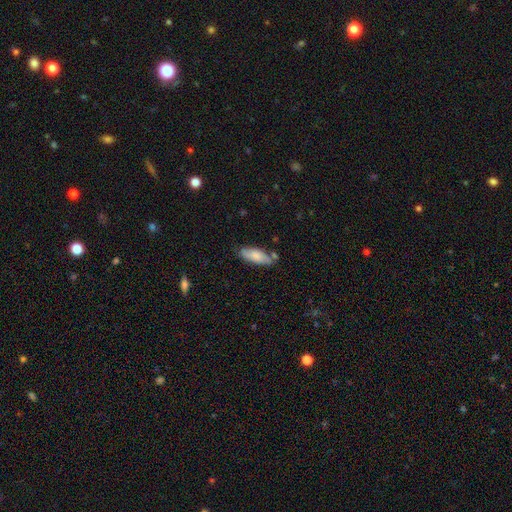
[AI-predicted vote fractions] smooth-or-featured: smooth: 77% | featured or disk: 17% | star or artifact: 6%
  how-rounded: in between: 68% | cigar-shaped: 30% | round: 2%
  merging: none: 71% | minor disturbance: 19% | merger: 7% | major disturbance: 4%